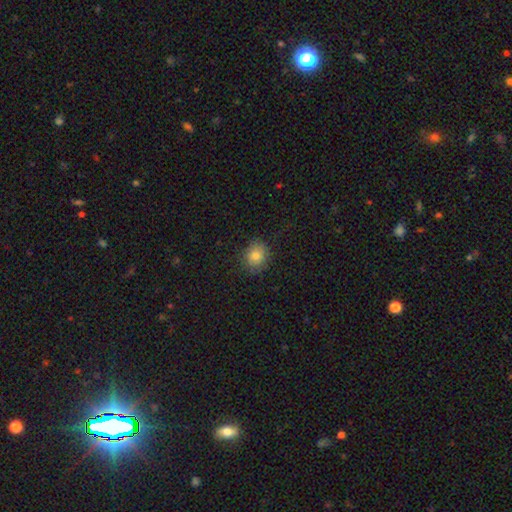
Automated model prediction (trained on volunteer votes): Smooth or featured?
  - smooth: 78% *
  - star or artifact: 12%
  - featured or disk: 11%
How rounded?
  - round: 70% *
  - in between: 30%
  - cigar-shaped: 1%
Merging?
  - none: 83% *
  - minor disturbance: 13%
  - major disturbance: 4%
  - merger: 1%